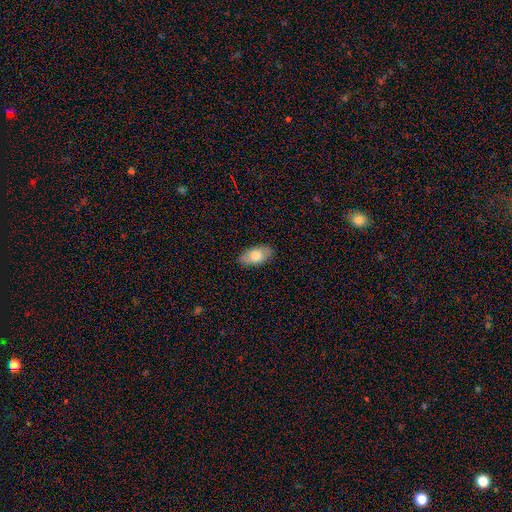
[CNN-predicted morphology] A smooth galaxy with no disk features (75%) that is in between round and cigar-shaped (92%).

Vote fractions:
- Smooth or featured? smooth: 75% / featured or disk: 18% / star or artifact: 6%
- How rounded? in between: 92% / cigar-shaped: 4% / round: 4%
- Merging? none: 87% / minor disturbance: 10% / major disturbance: 2% / merger: 1%